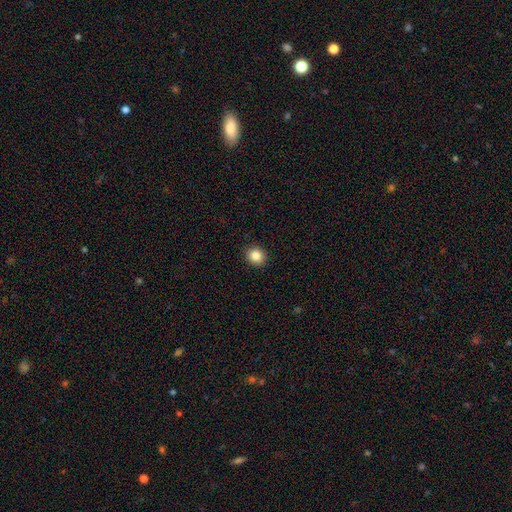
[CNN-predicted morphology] A smooth galaxy with no disk features (85%) that is round (75%). Merging: none (92%).